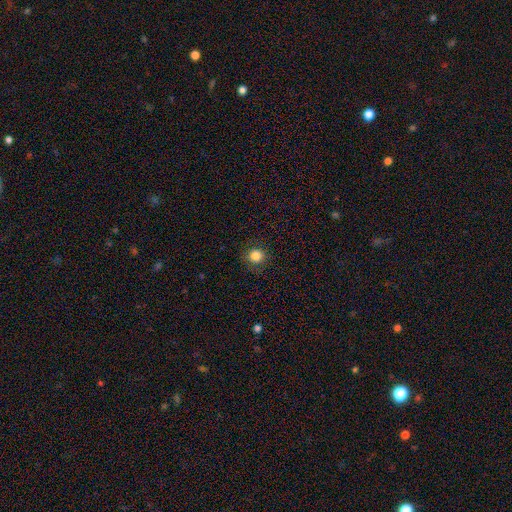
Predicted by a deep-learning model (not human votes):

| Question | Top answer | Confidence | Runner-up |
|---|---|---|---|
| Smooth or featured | smooth | 84% | star or artifact (11%) |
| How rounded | round | 92% | in between (7%) |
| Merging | none | 87% | minor disturbance (9%) |